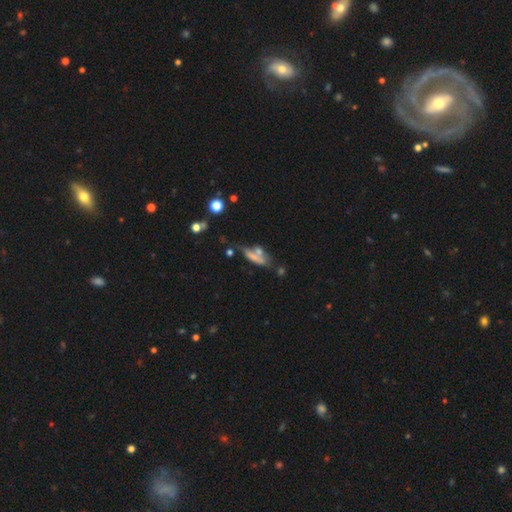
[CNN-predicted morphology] Smooth or featured? Predicted: smooth (p=0.57). How rounded? Predicted: cigar-shaped (p=0.57). Merging? Predicted: none (p=0.38).